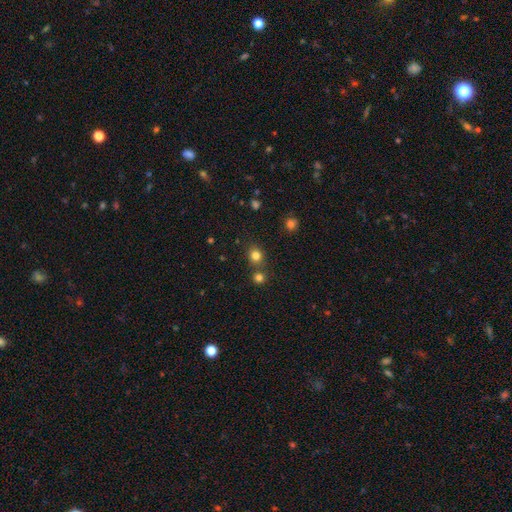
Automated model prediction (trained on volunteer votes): smooth-or-featured: smooth: 79% | star or artifact: 15% | featured or disk: 5%
  how-rounded: round: 82% | in between: 18% | cigar-shaped: 1%
  merging: none: 73% | merger: 17% | minor disturbance: 8% | major disturbance: 3%